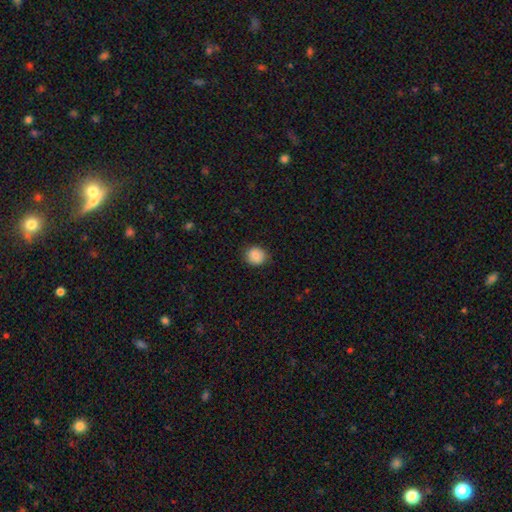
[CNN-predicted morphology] smooth_or_featured: smooth (p=0.85) [alt: star or artifact p=0.09]
how_rounded: round (p=0.84) [alt: in between p=0.15]
merging: none (p=0.86) [alt: minor disturbance p=0.11]